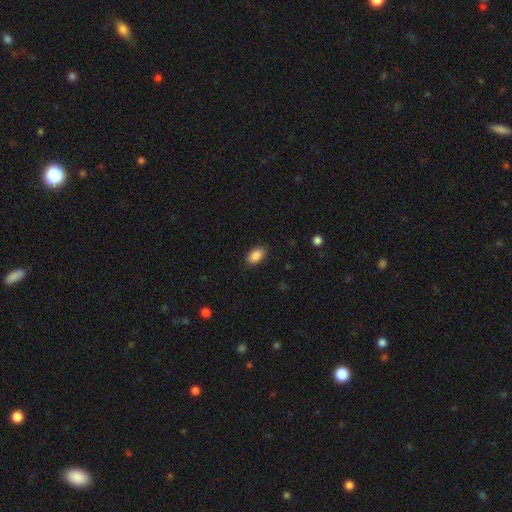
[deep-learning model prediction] Morphology: type=smooth (89%); roundness=in between (89%); merging=none (87%).